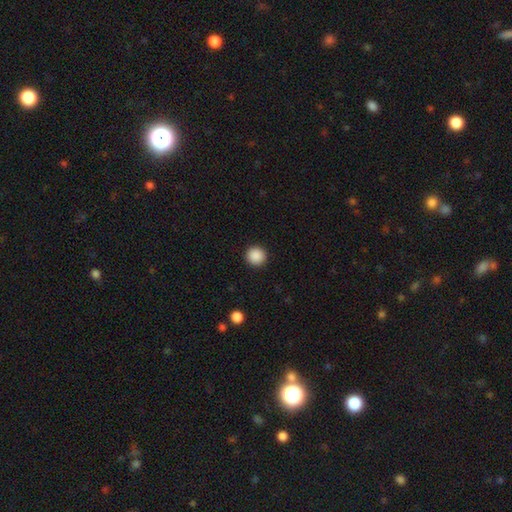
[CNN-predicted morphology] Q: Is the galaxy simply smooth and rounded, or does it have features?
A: smooth — 89%.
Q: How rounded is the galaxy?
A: round — 96%.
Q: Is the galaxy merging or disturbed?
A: none — 93%.